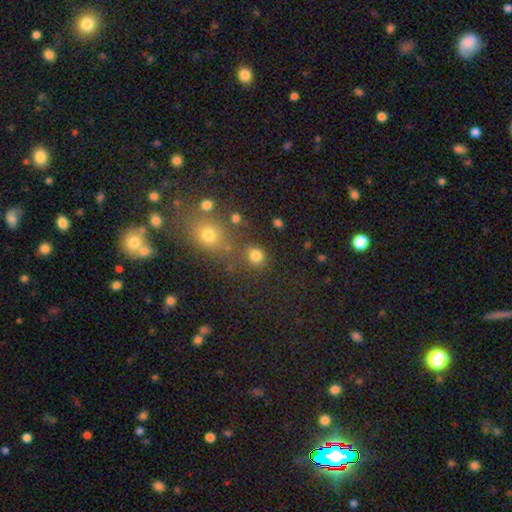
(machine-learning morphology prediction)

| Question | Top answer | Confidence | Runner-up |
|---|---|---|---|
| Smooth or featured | smooth | 79% | star or artifact (15%) |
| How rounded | round | 86% | in between (13%) |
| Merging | none | 72% | merger (13%) |